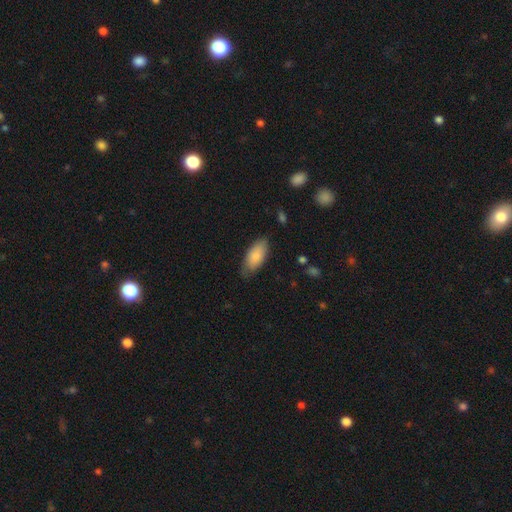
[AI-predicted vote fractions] Smooth or featured? smooth (84%)
How rounded? in between (90%)
Merging? none (73%)